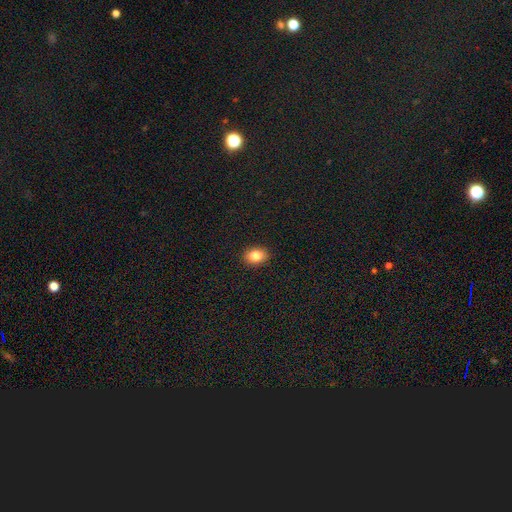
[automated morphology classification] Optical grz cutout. It shows a smooth galaxy with no disk features (84%) that is in between round and cigar-shaped (73%). Merging: none (90%).